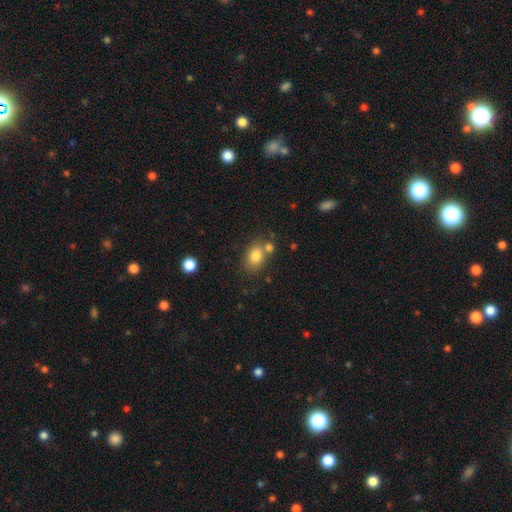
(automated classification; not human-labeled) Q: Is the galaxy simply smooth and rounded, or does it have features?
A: smooth — 80%.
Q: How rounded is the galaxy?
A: in between — 64%.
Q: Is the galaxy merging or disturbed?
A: none — 59%.